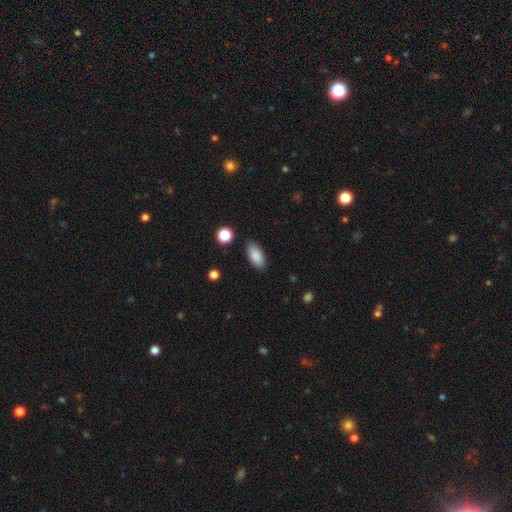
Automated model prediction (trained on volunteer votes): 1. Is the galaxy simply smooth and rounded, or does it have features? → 88% smooth, 7% star or artifact, 5% featured or disk.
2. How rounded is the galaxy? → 90% in between, 7% cigar-shaped, 3% round.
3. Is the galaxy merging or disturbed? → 87% none, 9% minor disturbance, 2% major disturbance, 2% merger.